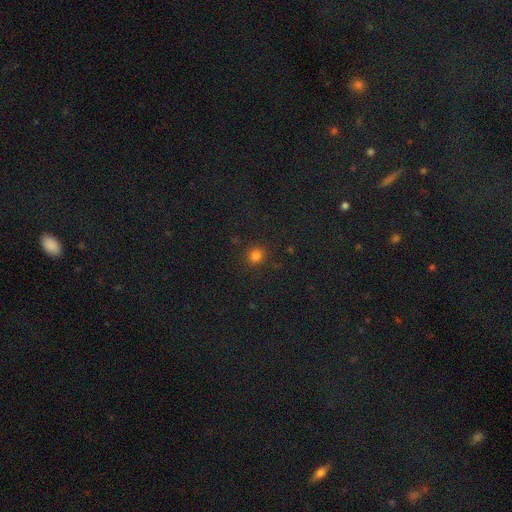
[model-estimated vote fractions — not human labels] Overall: smooth (81%). How rounded: round (89%). Merging: none (89%).